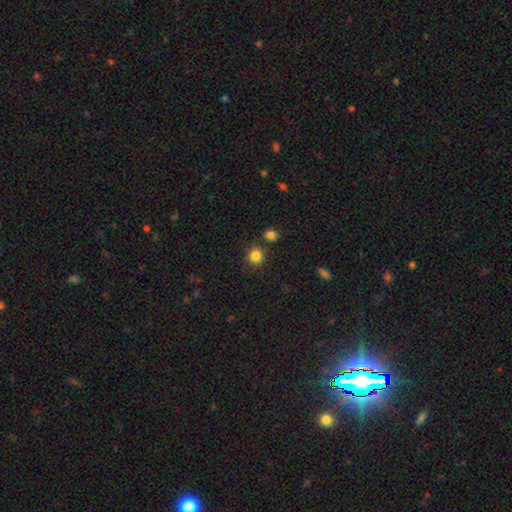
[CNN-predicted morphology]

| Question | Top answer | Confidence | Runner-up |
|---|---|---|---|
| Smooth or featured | smooth | 84% | star or artifact (12%) |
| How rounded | round | 90% | in between (9%) |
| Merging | none | 81% | minor disturbance (8%) |